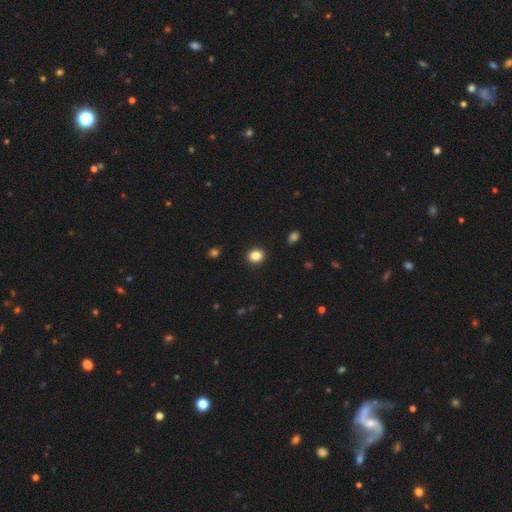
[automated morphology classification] This is clearly a smooth galaxy (85%). How rounded: likely round (71%). Merging: clearly none (92%).